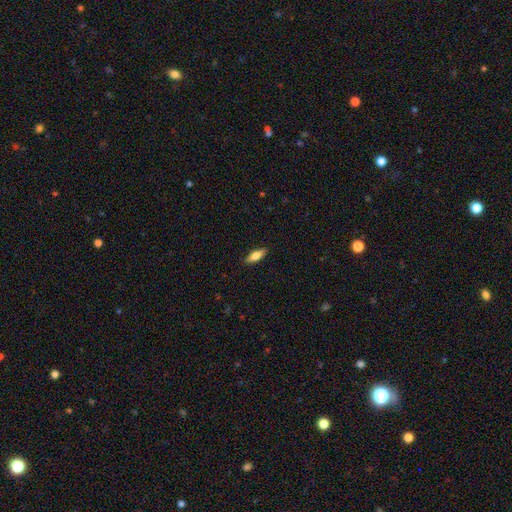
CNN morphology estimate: smooth 72%, featured or disk 22%, star or artifact 6%. Down the decision tree: how rounded — in between (65%); merging — none (89%).